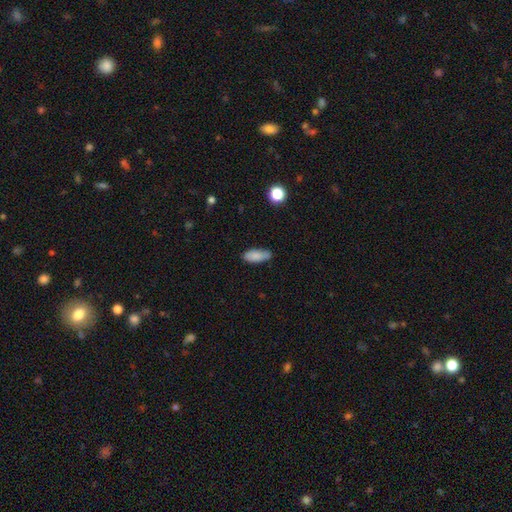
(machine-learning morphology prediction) Smooth or featured?
  - smooth: 84% *
  - featured or disk: 8%
  - star or artifact: 8%
How rounded?
  - in between: 79% *
  - cigar-shaped: 19%
  - round: 2%
Merging?
  - none: 69% *
  - minor disturbance: 24%
  - major disturbance: 4%
  - merger: 3%